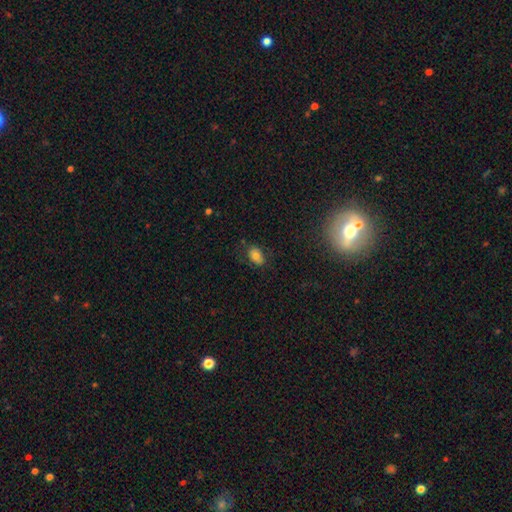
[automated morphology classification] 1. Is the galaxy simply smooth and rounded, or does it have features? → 75% smooth, 14% featured or disk, 11% star or artifact.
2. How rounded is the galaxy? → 84% in between, 14% round, 2% cigar-shaped.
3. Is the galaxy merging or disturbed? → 73% none, 19% minor disturbance, 6% major disturbance, 2% merger.